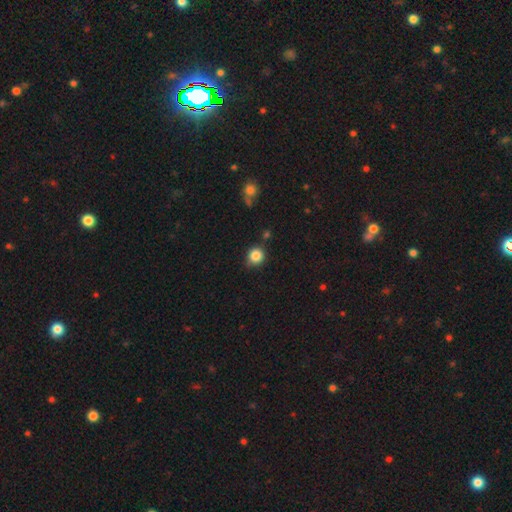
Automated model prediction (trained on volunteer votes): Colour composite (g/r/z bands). It shows a smooth galaxy with no disk features (84%) that is round (88%). Merging: none (77%).